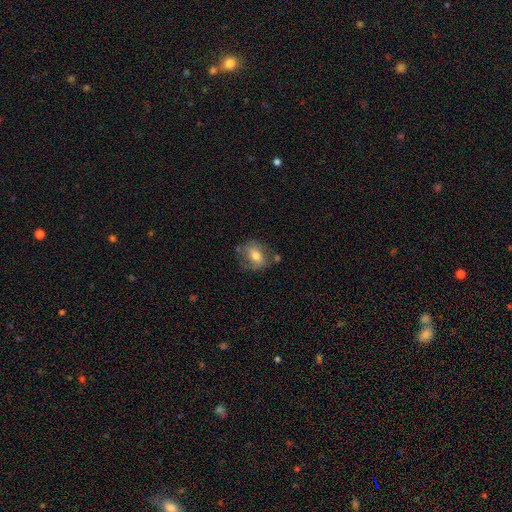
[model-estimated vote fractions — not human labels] This appears to be a smooth galaxy with no disk features (62%) that is in between round and cigar-shaped (56%). Merging: none (60%).